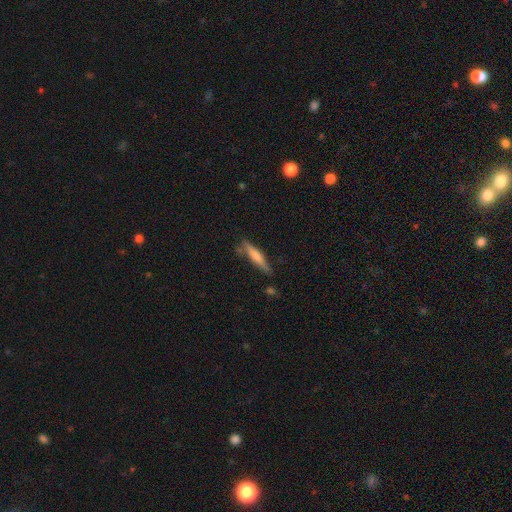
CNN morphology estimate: Q: Smooth or featured?
A: smooth (61%); runner-up: featured or disk (33%)
Q: How rounded?
A: cigar-shaped (87%); runner-up: in between (11%)
Q: Merging?
A: none (72%); runner-up: minor disturbance (20%)